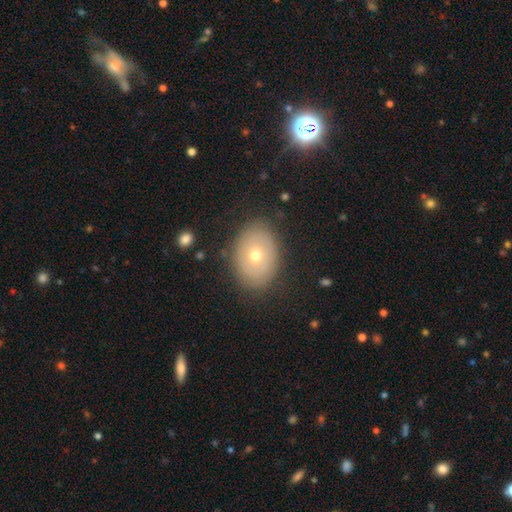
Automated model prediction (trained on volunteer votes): smooth-or-featured: smooth: 56% | featured or disk: 34% | star or artifact: 9%
  how-rounded: in between: 73% | round: 26% | cigar-shaped: 1%
  merging: none: 83% | minor disturbance: 12% | major disturbance: 4% | merger: 1%